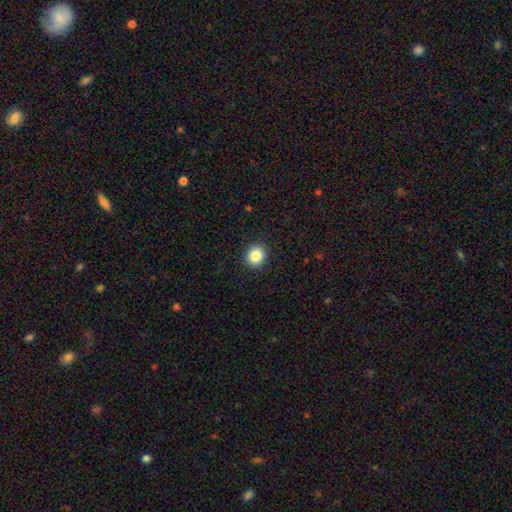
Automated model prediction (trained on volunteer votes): Smooth or featured?
  - smooth: 86% *
  - star or artifact: 10%
  - featured or disk: 5%
How rounded?
  - round: 82% *
  - in between: 17%
  - cigar-shaped: 1%
Merging?
  - none: 92% *
  - minor disturbance: 5%
  - major disturbance: 2%
  - merger: 1%